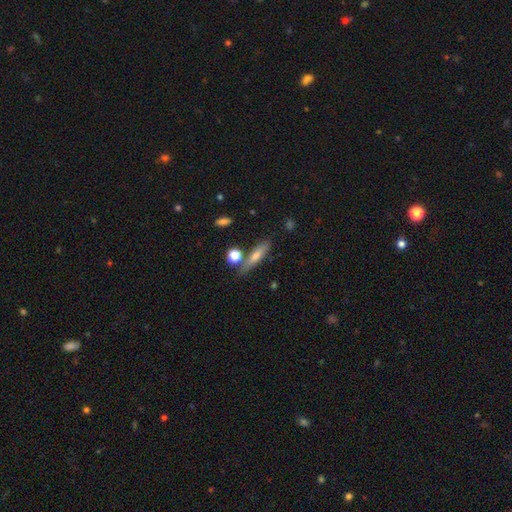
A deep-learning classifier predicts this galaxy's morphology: Q: Smooth or featured?
A: smooth (59%); runner-up: featured or disk (32%)
Q: How rounded?
A: cigar-shaped (75%); runner-up: in between (20%)
Q: Merging?
A: none (72%); runner-up: minor disturbance (15%)